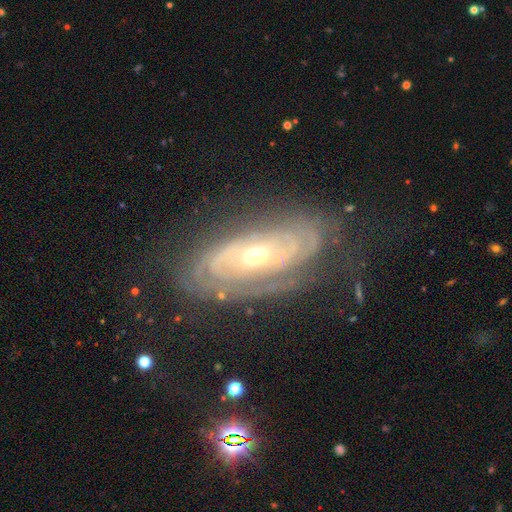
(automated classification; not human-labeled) Overall: featured or disk (83%). Edge-on disk: no (91%). Bar: no (71%). Spiral arms: yes (88%). Spiral arm count: can't tell (40%; 2 28%). Spiral winding: tight (71%). Bulge size: moderate (58%; small 37%). Merging: none (70%).